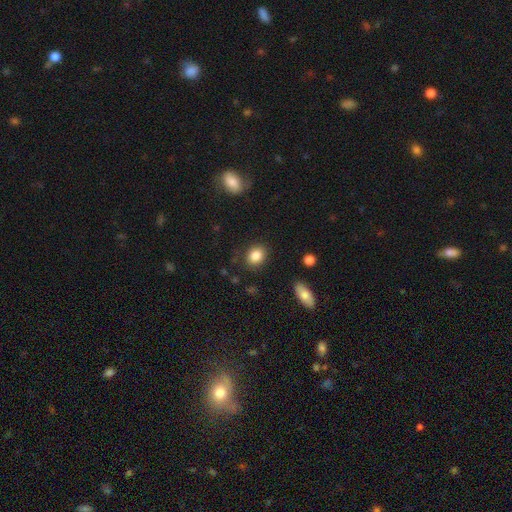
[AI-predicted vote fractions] Smooth or featured? smooth (86%)
How rounded? round (51%)
Merging? none (85%)